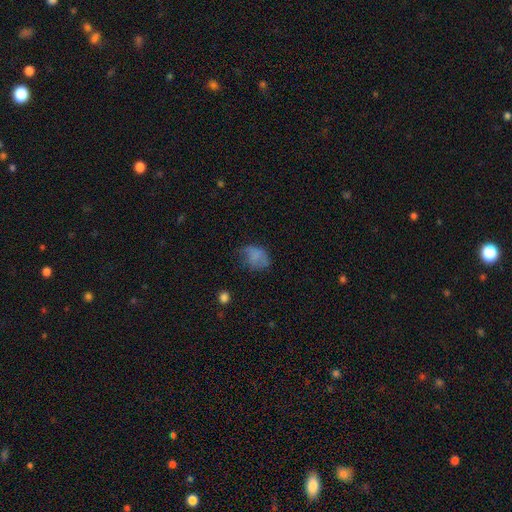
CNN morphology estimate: Overall: smooth (73%). How rounded: in between (65%; round 34%). Merging: none (43%; minor disturbance 34%).